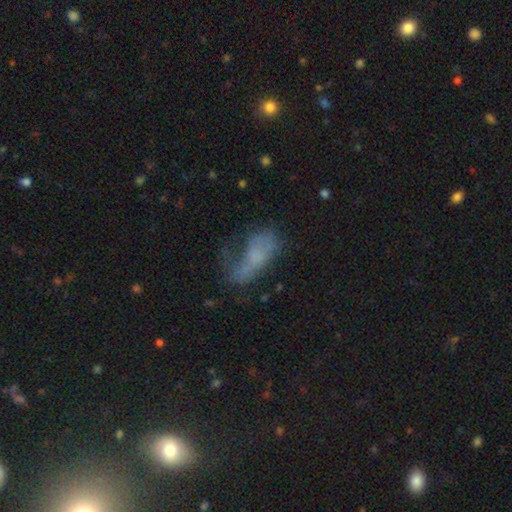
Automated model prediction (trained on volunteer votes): smooth 46%, featured or disk 38%, star or artifact 15%. Down the decision tree: merging — major disturbance (39%).